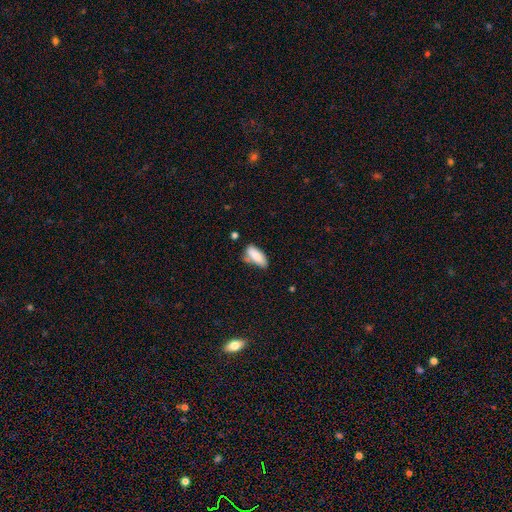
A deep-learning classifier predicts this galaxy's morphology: Smooth or featured: smooth — 83% (featured or disk — 9%)
How rounded: in between — 80% (cigar-shaped — 18%)
Merging: none — 52% (minor disturbance — 30%)